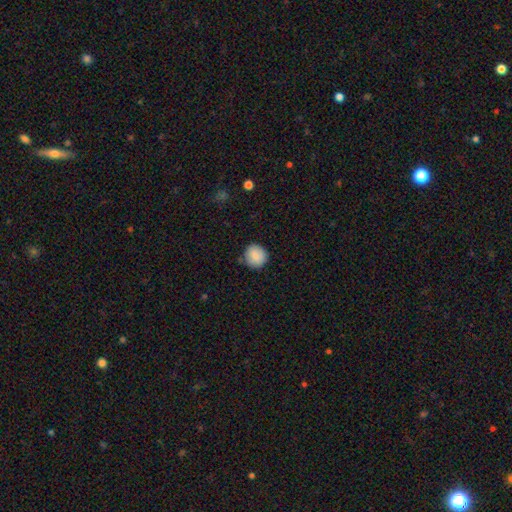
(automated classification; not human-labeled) Smooth or featured?
  - smooth: 85% *
  - featured or disk: 8%
  - star or artifact: 8%
How rounded?
  - round: 90% *
  - in between: 9%
  - cigar-shaped: 1%
Merging?
  - none: 81% *
  - minor disturbance: 14%
  - major disturbance: 3%
  - merger: 2%